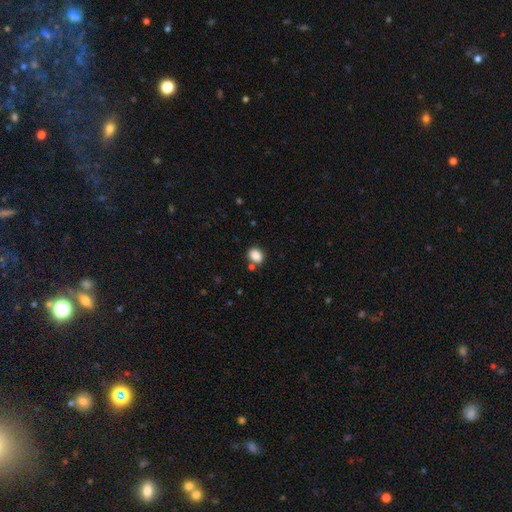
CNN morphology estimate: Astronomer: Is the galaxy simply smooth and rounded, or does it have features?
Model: smooth — 87%.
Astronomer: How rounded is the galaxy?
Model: in between — 61% (runner-up: round, 38%).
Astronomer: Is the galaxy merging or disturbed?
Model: none — 73%.